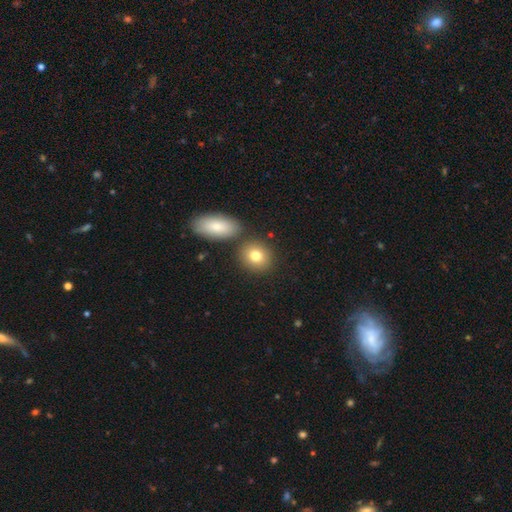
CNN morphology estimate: This is likely a smooth galaxy (80%). How rounded: likely round (69%). Merging: likely none (74%).